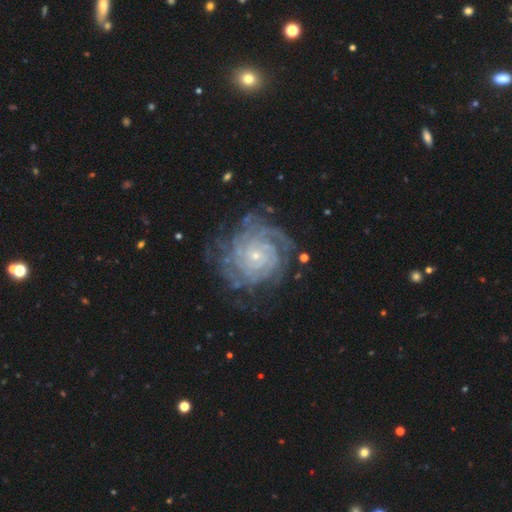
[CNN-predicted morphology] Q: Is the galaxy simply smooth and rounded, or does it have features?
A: featured or disk — 89%.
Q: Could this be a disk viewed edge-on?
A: no — 98%.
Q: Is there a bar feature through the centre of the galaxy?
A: no — 78%.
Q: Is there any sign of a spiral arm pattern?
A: yes — 98%.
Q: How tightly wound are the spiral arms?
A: tight — 84%.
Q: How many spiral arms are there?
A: can't tell — 24%.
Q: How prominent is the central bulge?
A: small — 84%.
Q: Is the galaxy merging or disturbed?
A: none — 74%.